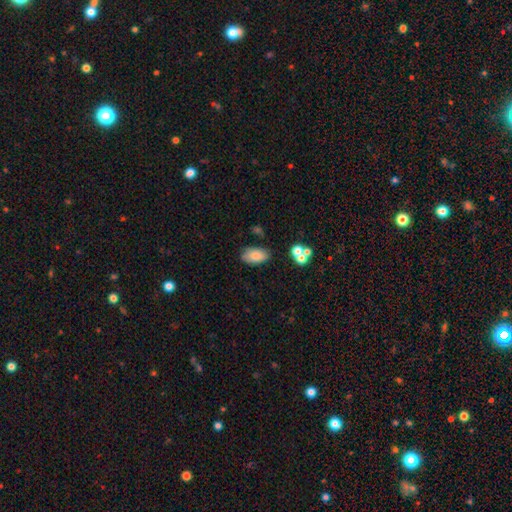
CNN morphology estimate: Overall: smooth (79%). How rounded: in between (93%). Merging: none (73%).